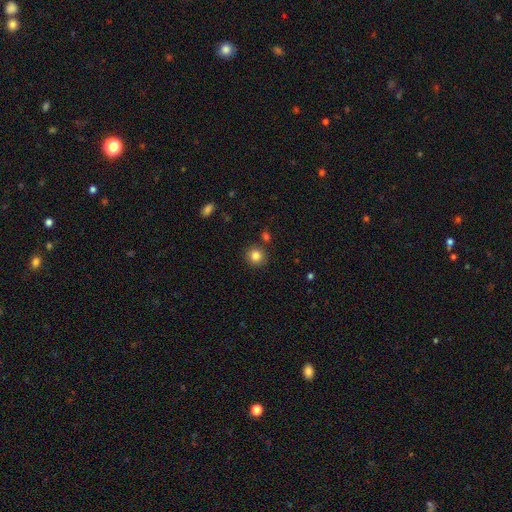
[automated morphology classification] A smooth galaxy with no disk features (84%) that is round (92%).

Vote fractions:
- Smooth or featured? smooth: 84% / star or artifact: 11% / featured or disk: 5%
- How rounded? round: 92% / in between: 7% / cigar-shaped: 1%
- Merging? none: 85% / minor disturbance: 7% / merger: 5% / major disturbance: 2%